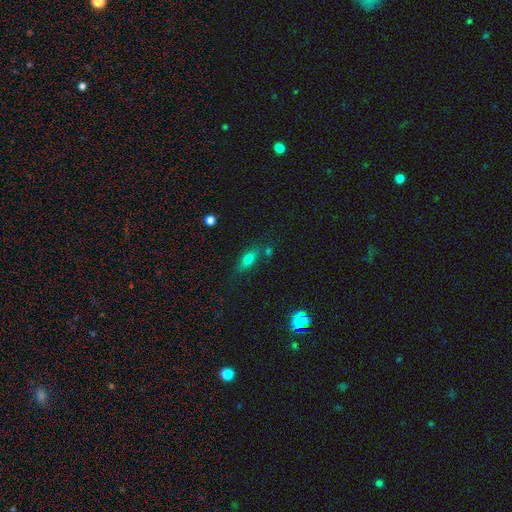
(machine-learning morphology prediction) Overall: smooth (48%; star or artifact 30%). Merging: none (64%).